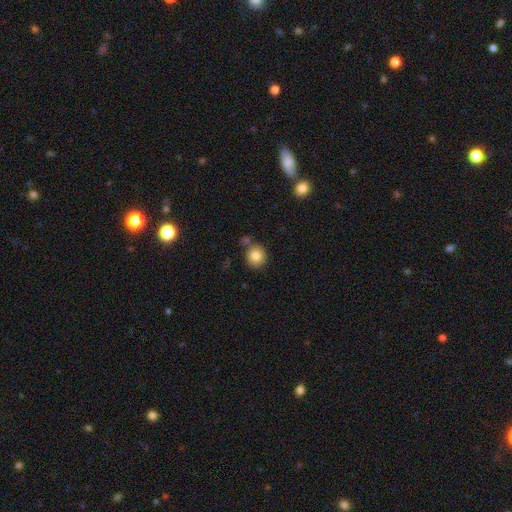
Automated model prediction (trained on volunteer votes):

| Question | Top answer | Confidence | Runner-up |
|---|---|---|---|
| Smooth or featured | smooth | 83% | star or artifact (9%) |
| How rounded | round | 86% | in between (13%) |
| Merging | none | 73% | merger (12%) |